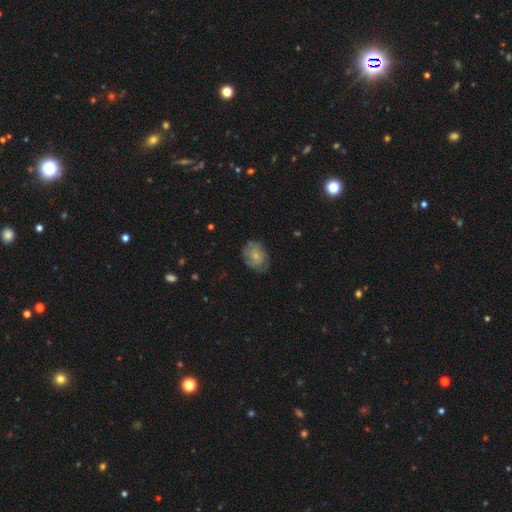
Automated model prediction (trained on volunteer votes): Overall: smooth (57%; featured or disk 35%). How rounded: in between (58%; round 40%). Merging: none (61%; minor disturbance 28%).